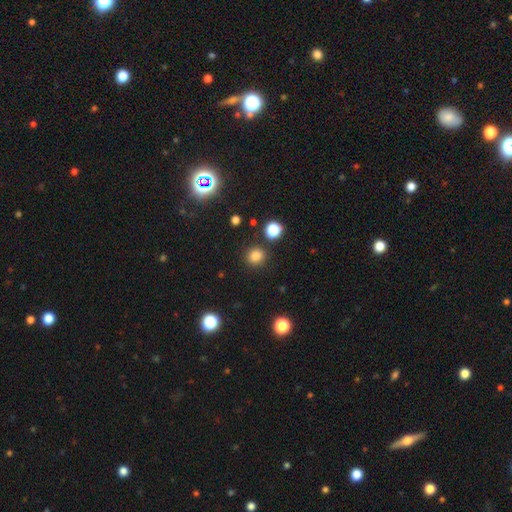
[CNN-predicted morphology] This is clearly a smooth galaxy (80%). How rounded: clearly round (89%). Merging: clearly none (87%).